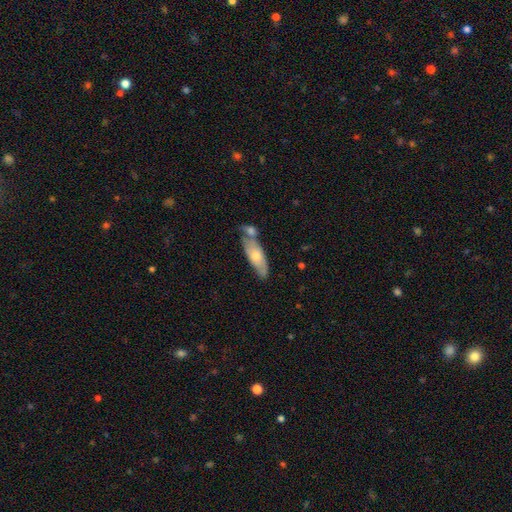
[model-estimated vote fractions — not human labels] This appears to be a smooth galaxy with no disk features (54%) that is in between round and cigar-shaped (56%). Merging: none (48%).